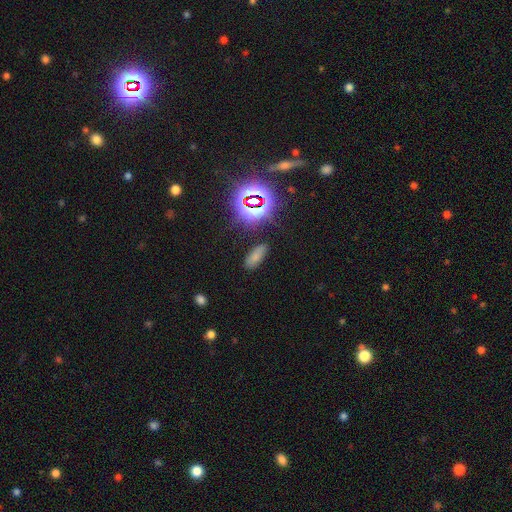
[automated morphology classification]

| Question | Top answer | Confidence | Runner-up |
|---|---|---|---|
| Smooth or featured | smooth | 64% | star or artifact (26%) |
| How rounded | in between | 76% | cigar-shaped (19%) |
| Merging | none | 80% | minor disturbance (13%) |